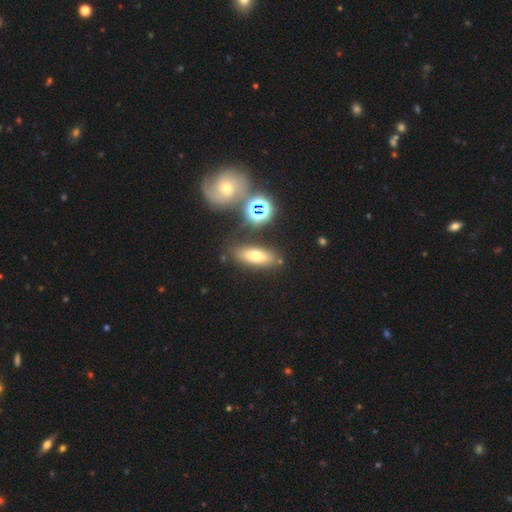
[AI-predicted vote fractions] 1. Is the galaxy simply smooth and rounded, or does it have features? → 60% smooth, 21% featured or disk, 19% star or artifact.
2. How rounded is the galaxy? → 67% in between, 26% cigar-shaped, 8% round.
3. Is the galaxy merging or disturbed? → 80% none, 11% minor disturbance, 6% merger, 4% major disturbance.